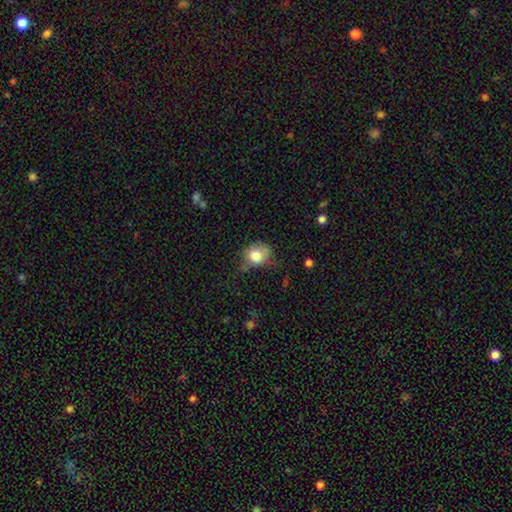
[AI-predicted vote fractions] smooth 80%, featured or disk 11%, star or artifact 9%. Down the decision tree: how rounded — round (64%); merging — none (48%).